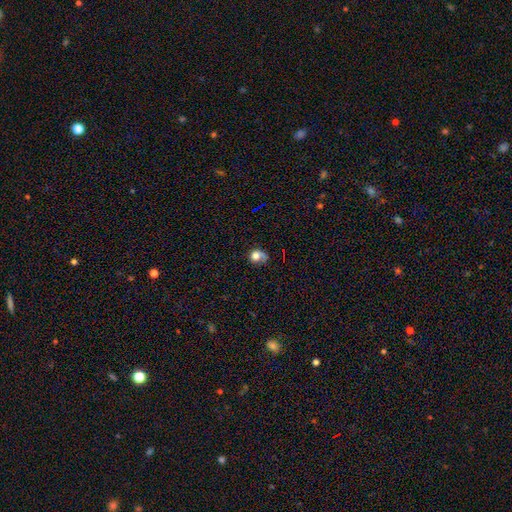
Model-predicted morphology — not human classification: A smooth galaxy with no disk features (69%) that is round (68%). Merging: none (42%).